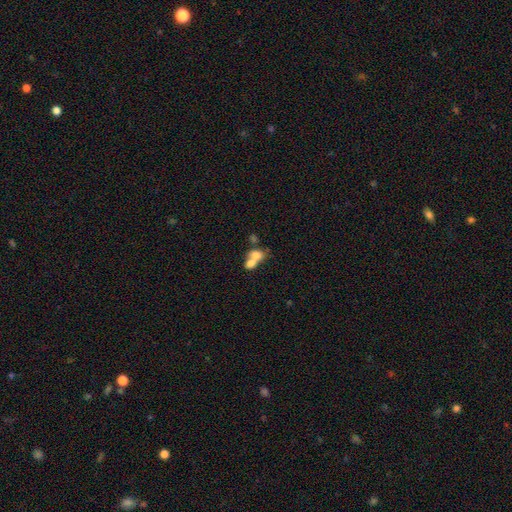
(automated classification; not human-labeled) A smooth galaxy with no disk features (71%) that is in between round and cigar-shaped (62%). Merging: merger (73%).